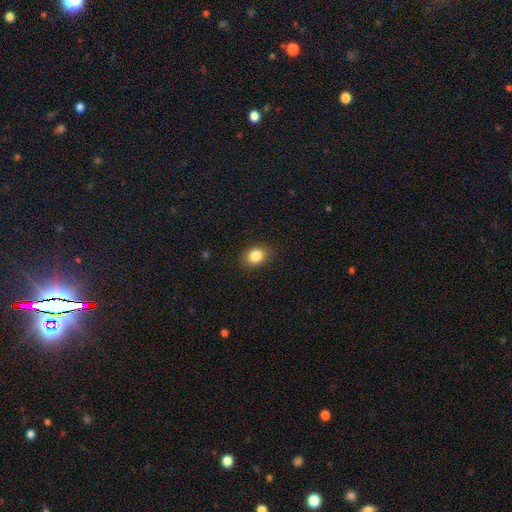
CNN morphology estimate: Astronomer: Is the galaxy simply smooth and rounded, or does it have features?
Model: smooth — 84%.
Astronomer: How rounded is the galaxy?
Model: in between — 56% (runner-up: round, 43%).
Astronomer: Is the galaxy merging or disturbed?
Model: none — 86%.